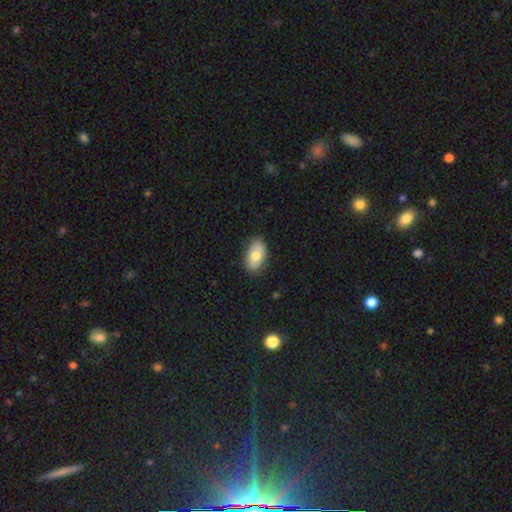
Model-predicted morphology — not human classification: A smooth galaxy with no disk features (68%) that is in between round and cigar-shaped (91%).

Vote fractions:
- Smooth or featured? smooth: 68% / featured or disk: 25% / star or artifact: 7%
- How rounded? in between: 91% / round: 7% / cigar-shaped: 1%
- Merging? none: 83% / minor disturbance: 14% / major disturbance: 3% / merger: 1%